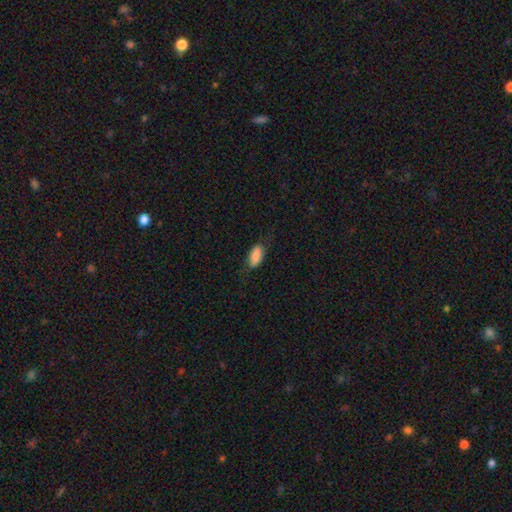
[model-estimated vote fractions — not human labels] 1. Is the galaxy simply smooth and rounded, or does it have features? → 81% smooth, 12% featured or disk, 7% star or artifact.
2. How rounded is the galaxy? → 89% in between, 8% cigar-shaped, 3% round.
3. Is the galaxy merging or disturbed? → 64% none, 24% minor disturbance, 10% major disturbance, 1% merger.